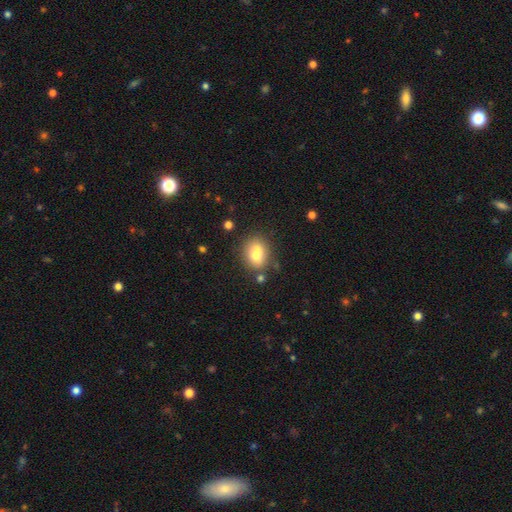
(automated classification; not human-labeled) Overall: smooth (73%). How rounded: in between (64%; round 34%). Merging: none (56%; merger 22%).